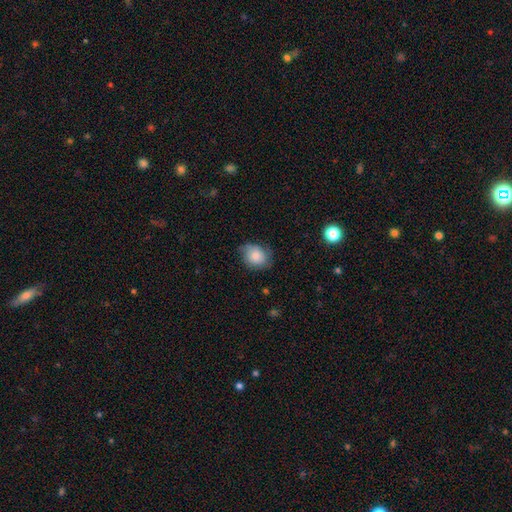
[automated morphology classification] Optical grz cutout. It shows a smooth galaxy with no disk features (80%) that is in between round and cigar-shaped (53%). Merging: none (66%).